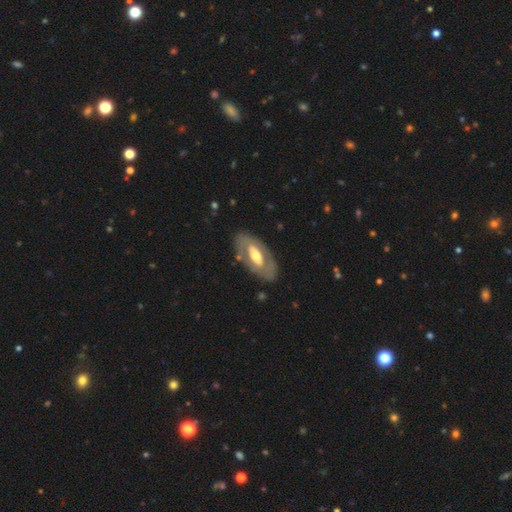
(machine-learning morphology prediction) smooth-or-featured: featured or disk: 61% | smooth: 35% | star or artifact: 5%
  disk-edge-on: no: 86% | yes: 14%
    bar: no: 52% | weak: 25% | strong: 23%
    has-spiral-arms: no: 79% | yes: 21%
    bulge-size: moderate: 60% | large: 25% | small: 12% | dominant: 2% | none: 1%
  merging: none: 78% | minor disturbance: 14% | major disturbance: 6% | merger: 2%